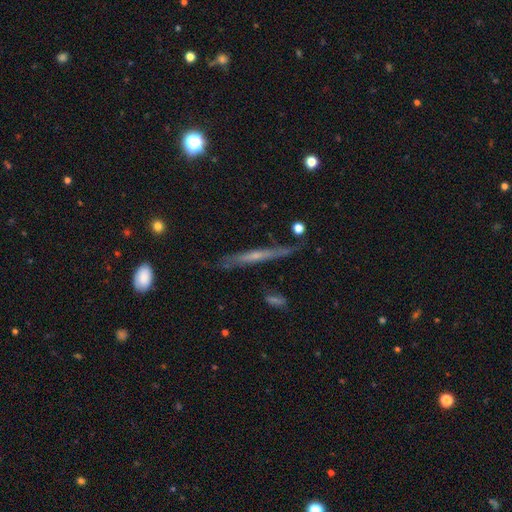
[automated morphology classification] Overall: featured or disk (65%). Edge-on disk: yes (94%). Edge-on bulge: rounded (47%; none 46%). Merging: none (83%).